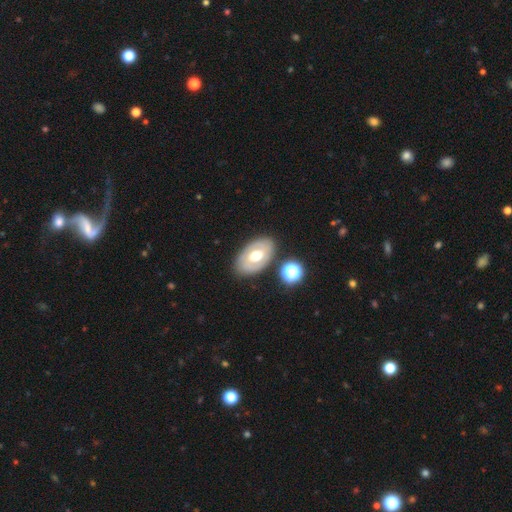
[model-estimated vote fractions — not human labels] Morphology: type=featured or disk (57%); edge-on=no (91%); bar=no (63%); spiral arms=no (66%); bulge=moderate (71%); merging=none (78%).